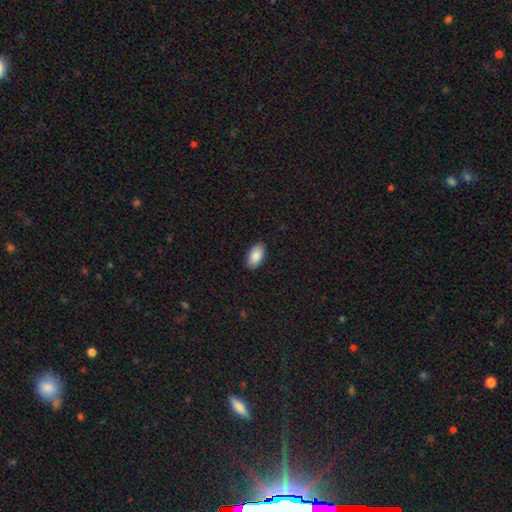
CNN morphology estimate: Smooth or featured?
  - smooth: 88% *
  - star or artifact: 6%
  - featured or disk: 5%
How rounded?
  - in between: 95% *
  - round: 3%
  - cigar-shaped: 2%
Merging?
  - none: 89% *
  - minor disturbance: 8%
  - major disturbance: 2%
  - merger: 1%